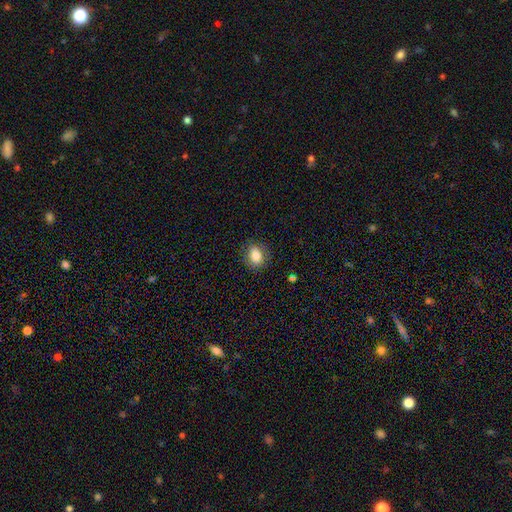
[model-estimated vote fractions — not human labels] Smooth or featured? smooth (81%)
How rounded? in between (54%)
Merging? none (83%)